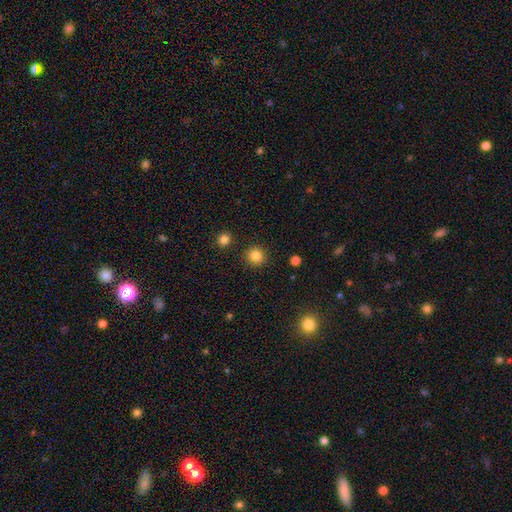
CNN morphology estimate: Q: Smooth or featured?
A: smooth (84%); runner-up: star or artifact (12%)
Q: How rounded?
A: round (93%); runner-up: in between (6%)
Q: Merging?
A: none (91%); runner-up: minor disturbance (5%)